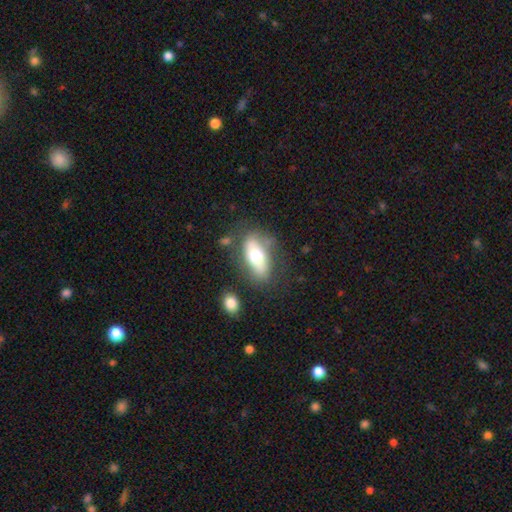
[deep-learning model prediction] A smooth galaxy with no disk features (58%) that is in between round and cigar-shaped (86%). Merging: none (66%).